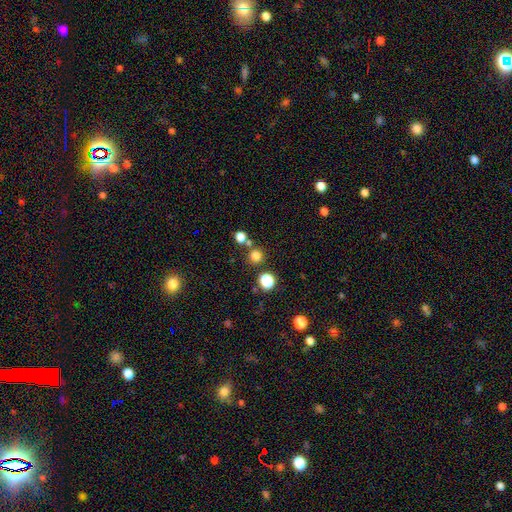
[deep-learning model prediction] Overall: smooth (77%). How rounded: round (92%). Merging: none (75%).